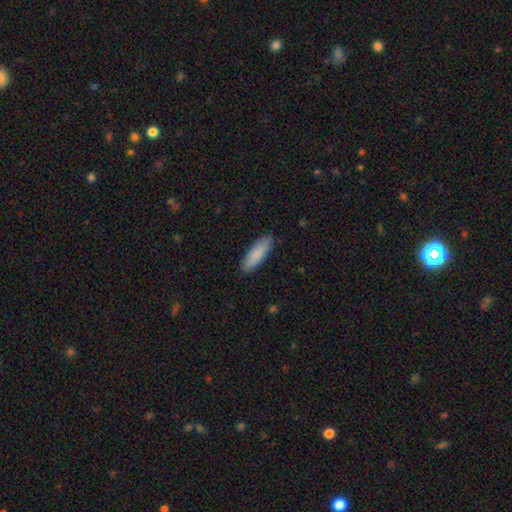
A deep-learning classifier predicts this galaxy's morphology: smooth 88%, featured or disk 7%, star or artifact 5%. Down the decision tree: how rounded — cigar-shaped (50%); merging — none (88%).